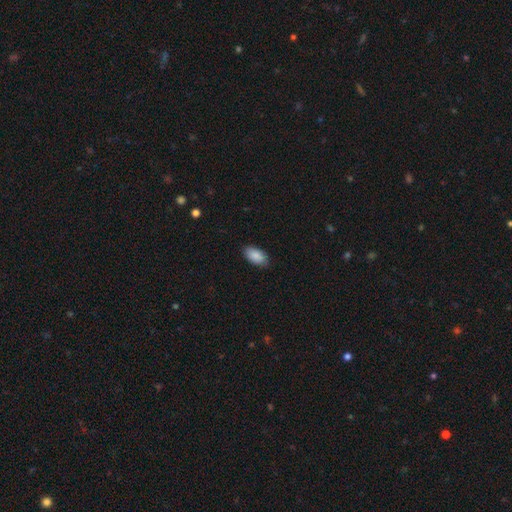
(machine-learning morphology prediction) Smooth or featured: smooth — 89% (star or artifact — 6%)
How rounded: in between — 95% (round — 3%)
Merging: none — 86% (minor disturbance — 11%)